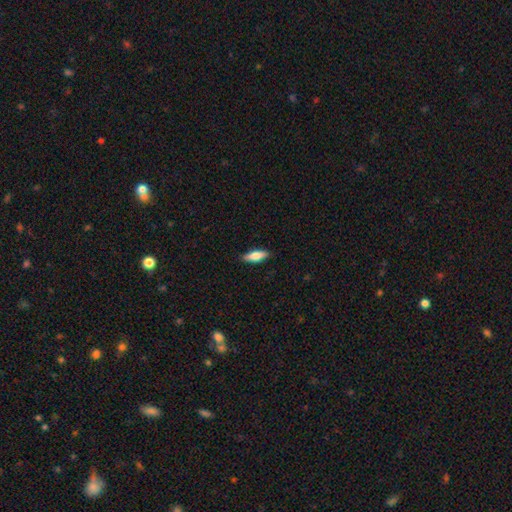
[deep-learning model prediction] The model was most divided on "how rounded": in between: 59%, cigar-shaped: 39%, round: 2%. More confident: merging — none (88%); smooth or featured — smooth (74%).